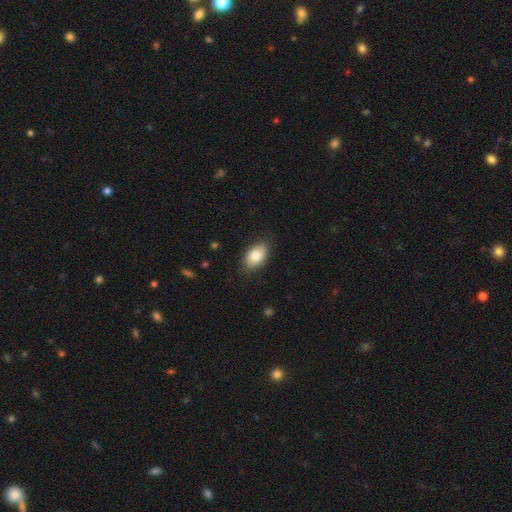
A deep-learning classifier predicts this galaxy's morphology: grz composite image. It shows a smooth galaxy with no disk features (81%) that is in between round and cigar-shaped (91%). Merging: none (84%).